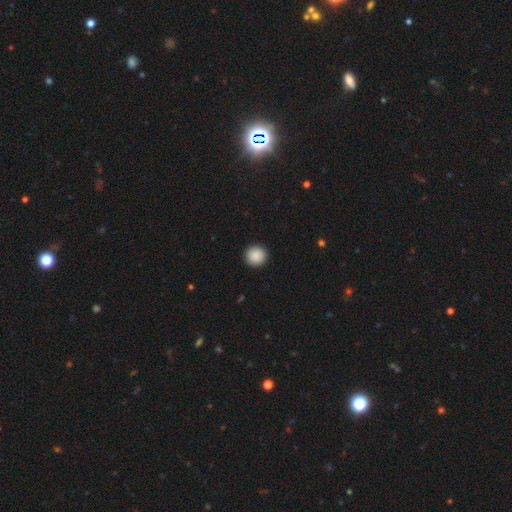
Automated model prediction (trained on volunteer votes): A smooth galaxy with no disk features (89%) that is round (95%). Merging: none (93%).